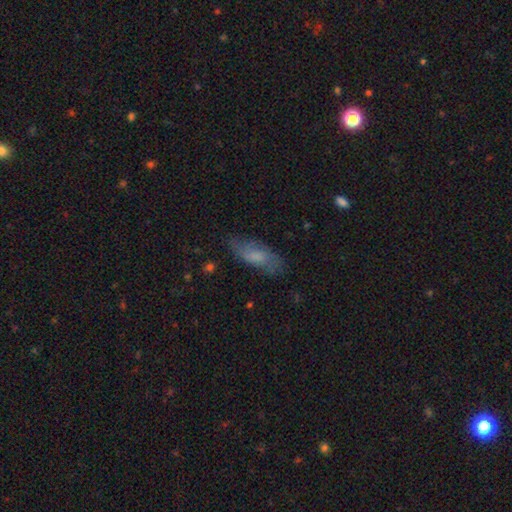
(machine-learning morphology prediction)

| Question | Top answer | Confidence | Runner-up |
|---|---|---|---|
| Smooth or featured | smooth | 62% | featured or disk (30%) |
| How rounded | in between | 70% | cigar-shaped (28%) |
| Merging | none | 71% | minor disturbance (21%) |